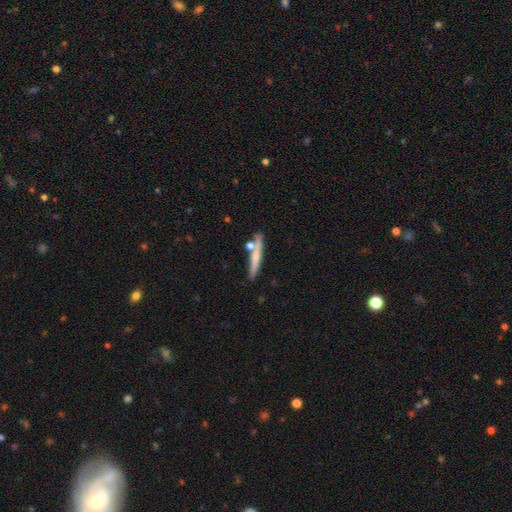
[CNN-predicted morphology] Overall: smooth (54%; featured or disk 40%). How rounded: cigar-shaped (92%). Merging: none (72%).